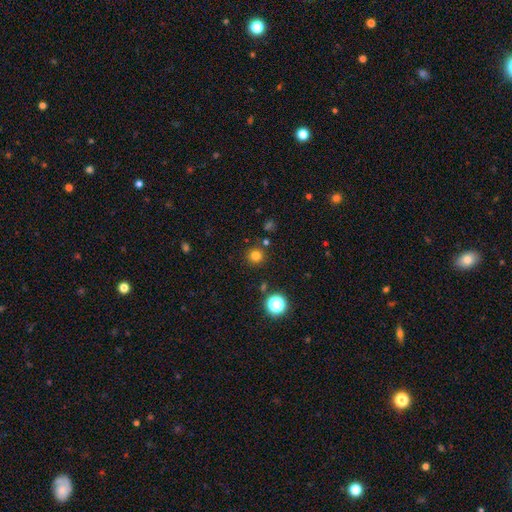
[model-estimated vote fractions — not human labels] Smooth or featured?
  - smooth: 77% *
  - star or artifact: 18%
  - featured or disk: 5%
How rounded?
  - round: 95% *
  - in between: 4%
  - cigar-shaped: 1%
Merging?
  - none: 88% *
  - minor disturbance: 6%
  - merger: 3%
  - major disturbance: 2%